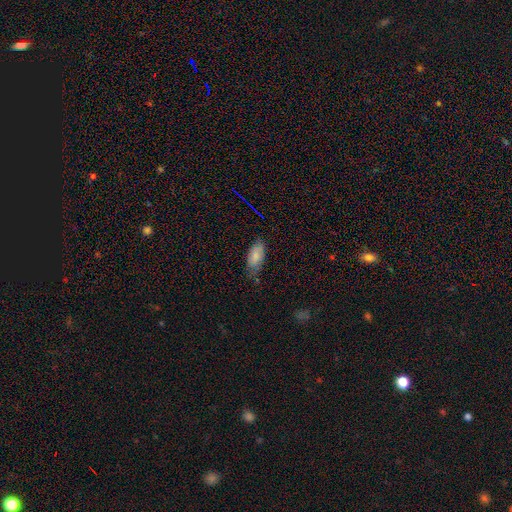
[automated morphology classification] Smooth or featured: smooth — 80% (featured or disk — 13%)
How rounded: in between — 89% (cigar-shaped — 9%)
Merging: none — 61% (minor disturbance — 31%)